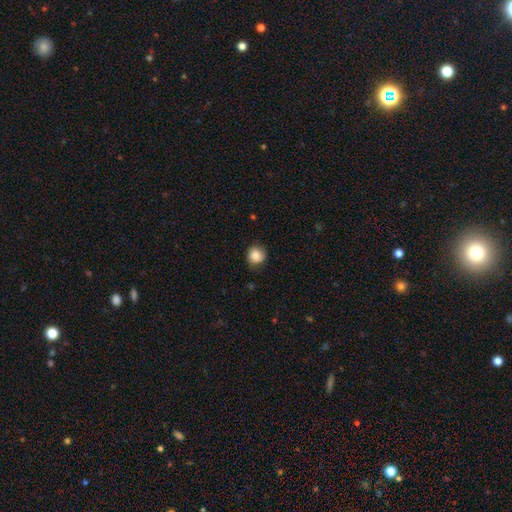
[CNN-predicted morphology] This appears to be a smooth galaxy with no disk features (85%) that is round (88%). Merging: none (78%).